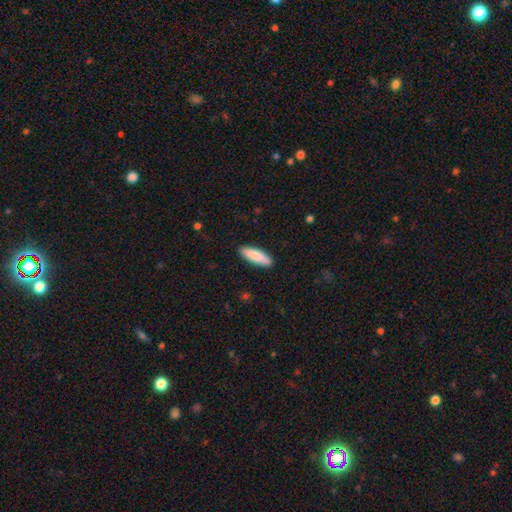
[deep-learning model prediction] Smooth or featured: smooth — 85% (featured or disk — 10%)
How rounded: cigar-shaped — 50% (in between — 48%)
Merging: none — 90% (minor disturbance — 8%)